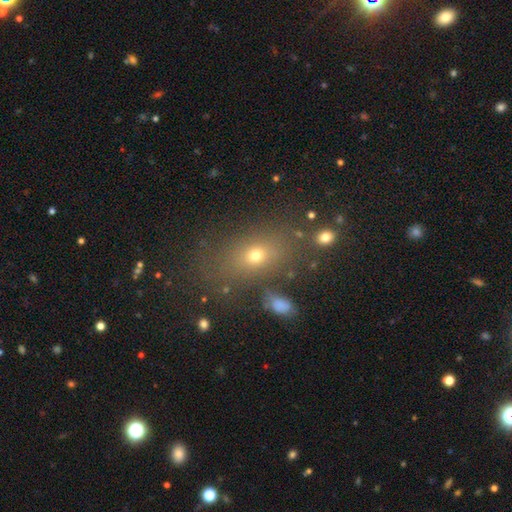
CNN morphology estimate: Overall: smooth (64%). How rounded: in between (70%). Merging: none (73%).